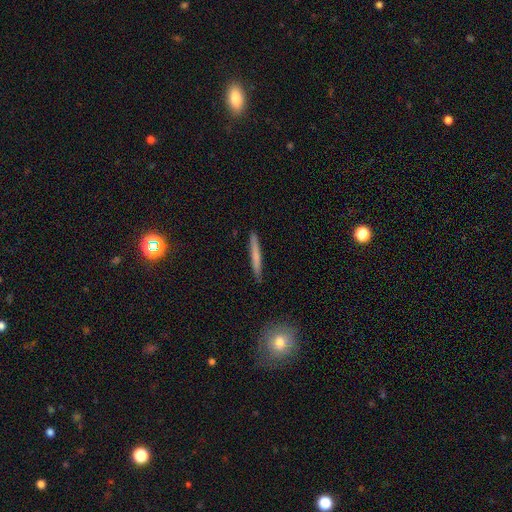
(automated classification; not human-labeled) Q: Smooth or featured?
A: smooth (65%); runner-up: featured or disk (29%)
Q: How rounded?
A: cigar-shaped (96%); runner-up: in between (2%)
Q: Merging?
A: none (90%); runner-up: minor disturbance (7%)